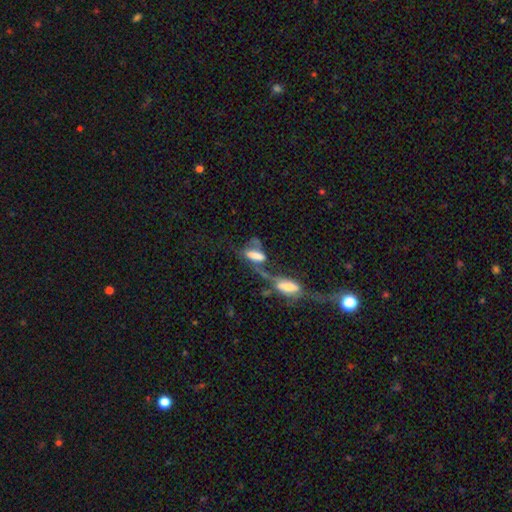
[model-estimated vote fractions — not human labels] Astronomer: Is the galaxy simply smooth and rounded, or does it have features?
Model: smooth — 49% (runner-up: featured or disk, 40%).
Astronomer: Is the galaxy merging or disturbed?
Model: merger — 63%.